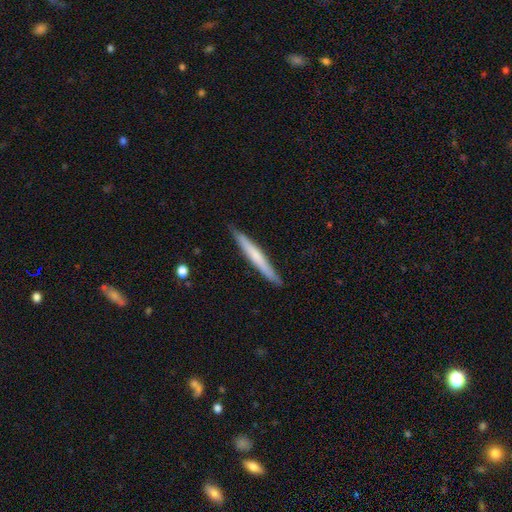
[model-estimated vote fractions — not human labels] Smooth or featured? smooth (57%)
How rounded? cigar-shaped (96%)
Merging? none (89%)